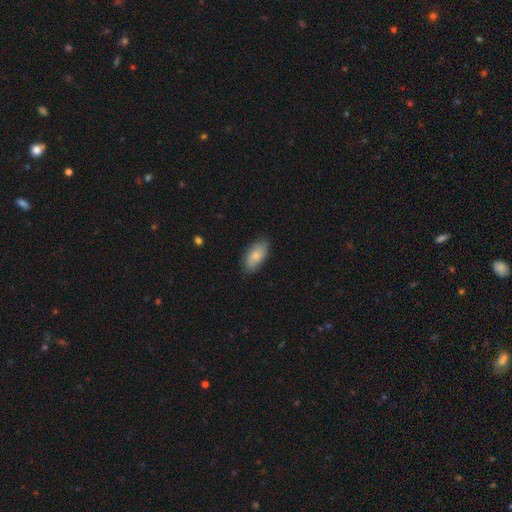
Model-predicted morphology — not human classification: Smooth or featured: smooth — 77% (featured or disk — 17%)
How rounded: in between — 92% (cigar-shaped — 5%)
Merging: none — 79% (minor disturbance — 17%)